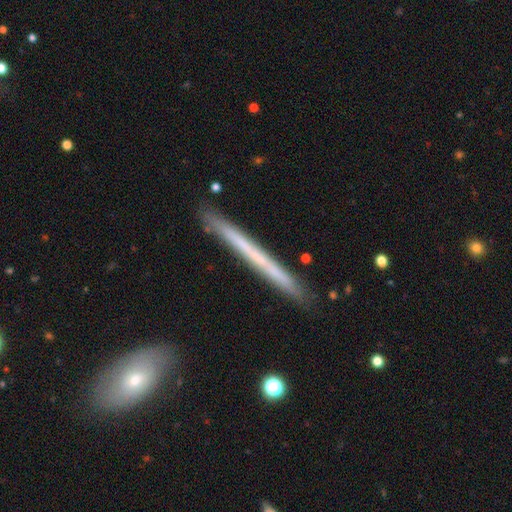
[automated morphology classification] A featured or disk galaxy (49%).

Vote fractions:
- Smooth or featured? featured or disk: 49% / smooth: 46% / star or artifact: 6%
- Merging? none: 89% / minor disturbance: 8% / merger: 1% / major disturbance: 1%